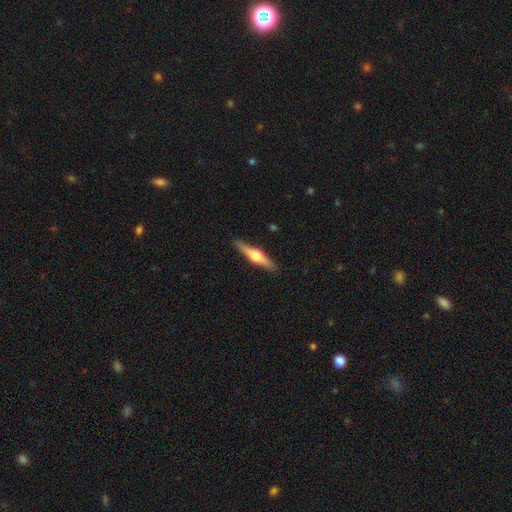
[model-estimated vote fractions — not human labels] smooth-or-featured: featured or disk: 64% | smooth: 31% | star or artifact: 5%
  disk-edge-on: yes: 97% | no: 3%
    edge-on-bulge: rounded: 93% | boxy: 5% | none: 2%
  merging: none: 89% | minor disturbance: 8% | major disturbance: 2% | merger: 1%